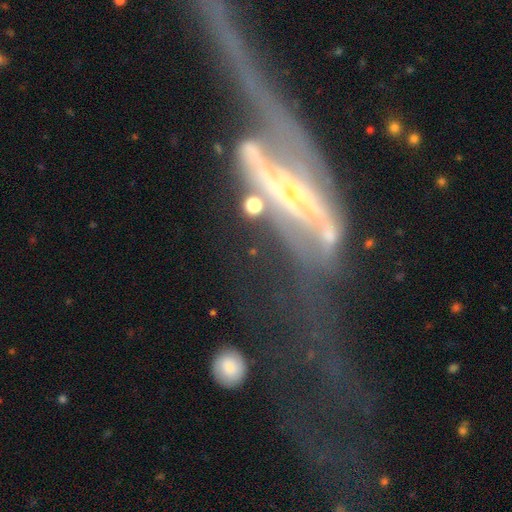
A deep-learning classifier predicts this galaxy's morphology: featured or disk 80%, smooth 12%, star or artifact 9%. Down the decision tree: edge-on disk — no (74%); bar — strong (43%); spiral arms — yes (70%); bulge size — small (60%); merging — major disturbance (46%).